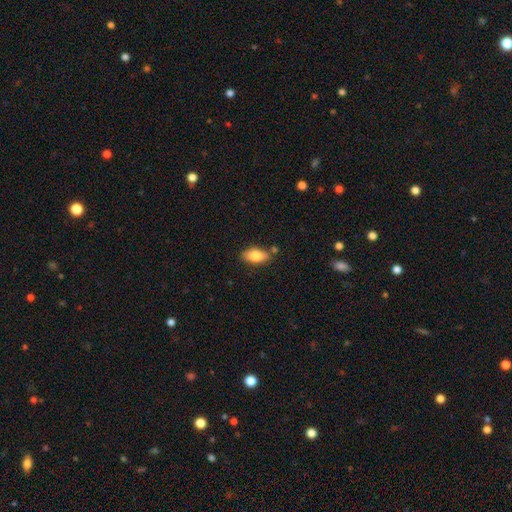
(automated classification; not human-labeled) This appears to be a smooth galaxy with no disk features (80%) that is in between round and cigar-shaped (90%). Merging: none (76%).